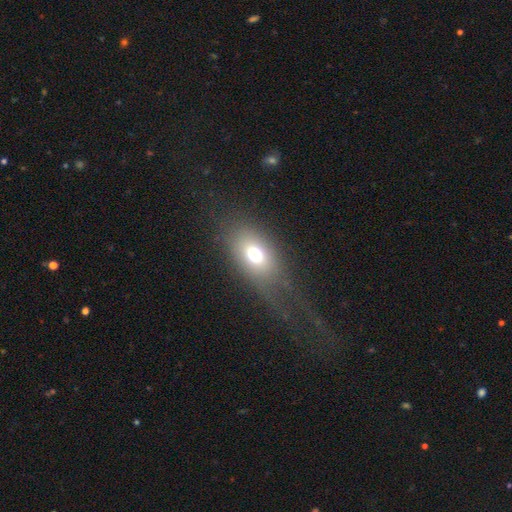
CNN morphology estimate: A smooth galaxy with no disk features (66%) that is in between round and cigar-shaped (79%).

Vote fractions:
- Smooth or featured? smooth: 66% / featured or disk: 23% / star or artifact: 11%
- How rounded? in between: 79% / round: 17% / cigar-shaped: 5%
- Merging? none: 43% / major disturbance: 35% / minor disturbance: 19% / merger: 3%